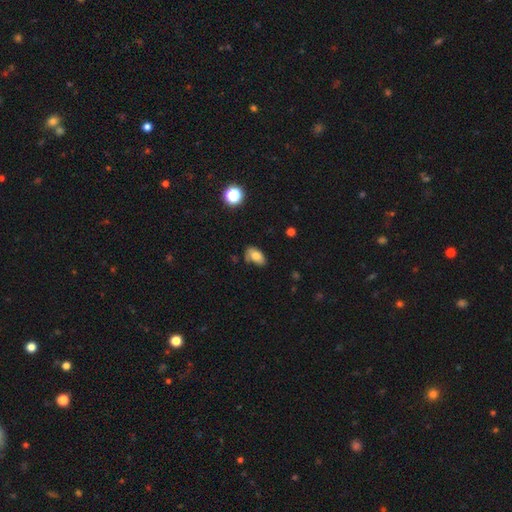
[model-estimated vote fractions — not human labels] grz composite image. It shows a smooth galaxy with no disk features (76%) that is in between round and cigar-shaped (92%). Merging: none (64%).